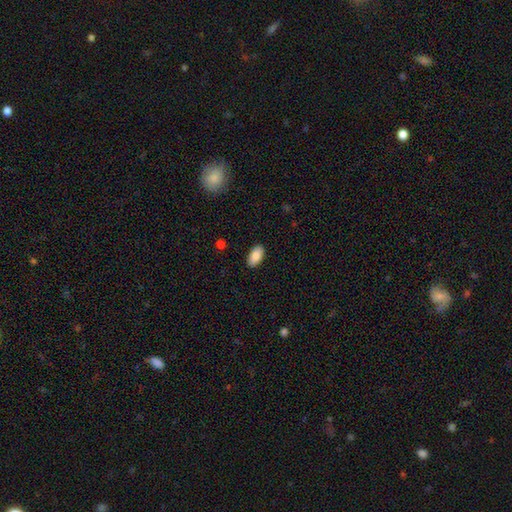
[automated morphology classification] Q: Smooth or featured?
A: smooth (87%); runner-up: star or artifact (7%)
Q: How rounded?
A: in between (94%); runner-up: cigar-shaped (3%)
Q: Merging?
A: none (89%); runner-up: minor disturbance (8%)